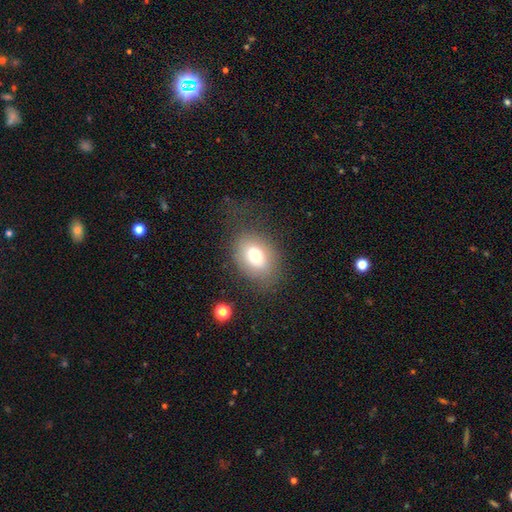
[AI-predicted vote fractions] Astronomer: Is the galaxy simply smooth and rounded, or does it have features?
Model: smooth — 72%.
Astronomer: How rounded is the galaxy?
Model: in between — 69%.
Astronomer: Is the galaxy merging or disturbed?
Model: none — 69%.